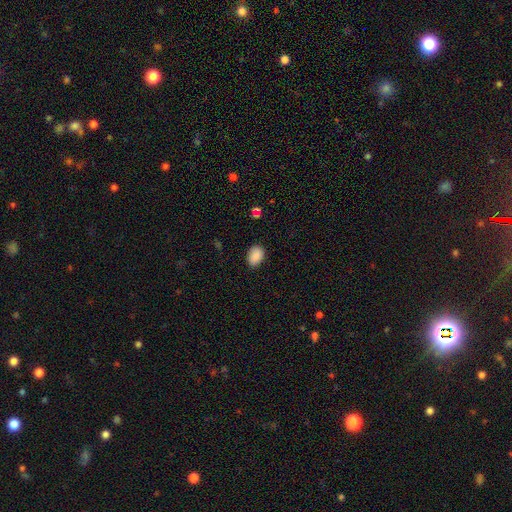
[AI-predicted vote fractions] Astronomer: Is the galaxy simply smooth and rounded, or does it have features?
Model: smooth — 89%.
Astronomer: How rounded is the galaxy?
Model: in between — 79%.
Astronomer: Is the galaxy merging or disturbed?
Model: none — 85%.